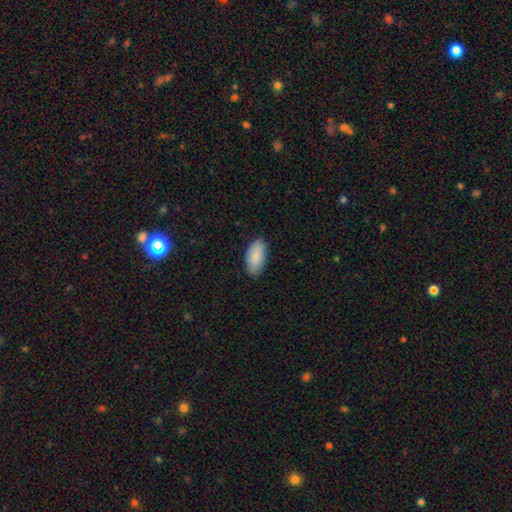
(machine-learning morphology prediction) Overall: smooth (87%). How rounded: in between (93%). Merging: none (85%).